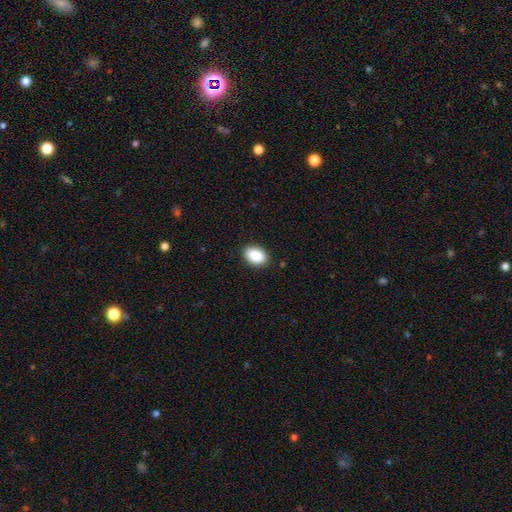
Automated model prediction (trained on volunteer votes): Smooth or featured? Predicted: smooth (p=0.90). How rounded? Predicted: in between (p=0.86). Merging? Predicted: none (p=0.89).